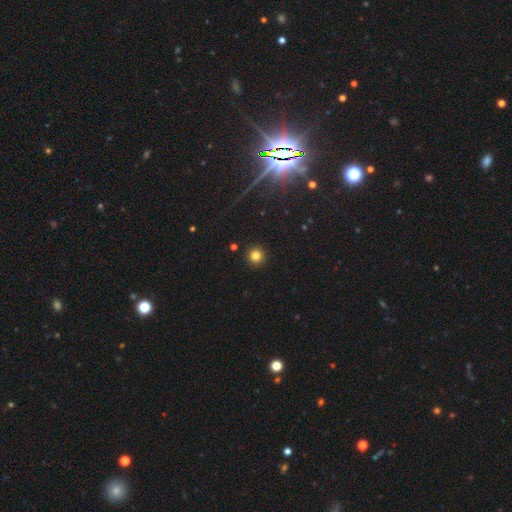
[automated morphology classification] Smooth or featured: smooth — 81% (star or artifact — 13%)
How rounded: round — 95% (in between — 4%)
Merging: none — 93% (minor disturbance — 4%)